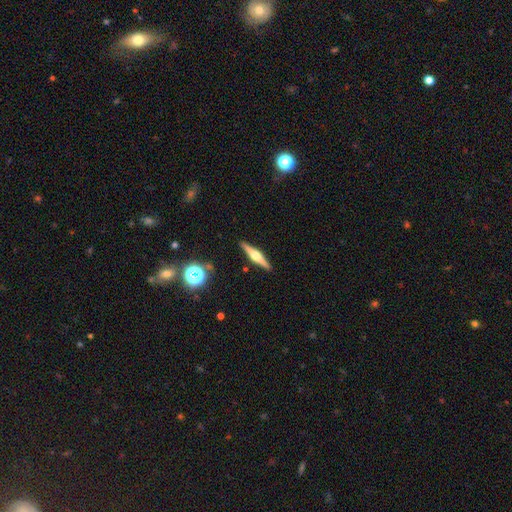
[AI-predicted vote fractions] Smooth or featured? featured or disk (75%)
Edge-on disk? yes (98%)
Edge-on bulge? rounded (92%)
Merging? none (91%)